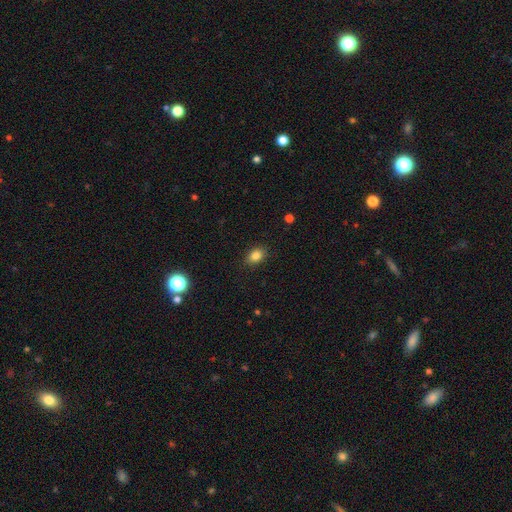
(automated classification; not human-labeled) This is clearly a smooth galaxy (83%). How rounded: likely in between (77%). Merging: clearly none (87%).